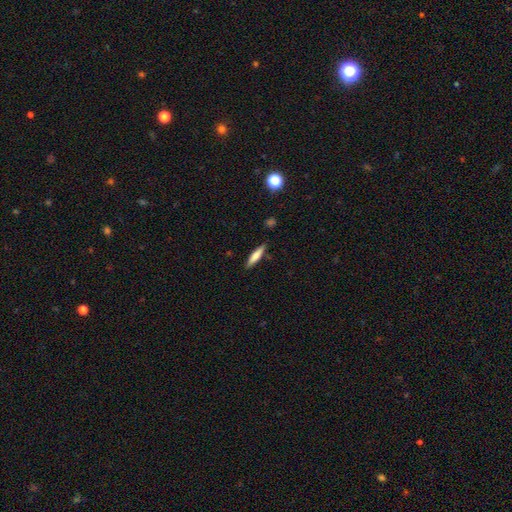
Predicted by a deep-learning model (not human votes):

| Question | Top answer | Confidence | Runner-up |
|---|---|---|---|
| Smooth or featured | smooth | 70% | featured or disk (24%) |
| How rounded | cigar-shaped | 81% | in between (17%) |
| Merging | none | 86% | minor disturbance (10%) |